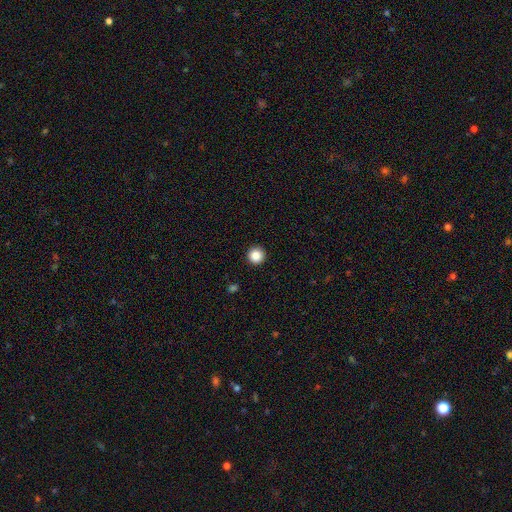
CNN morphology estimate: This is clearly a smooth galaxy (87%). How rounded: clearly round (97%). Merging: clearly none (94%).